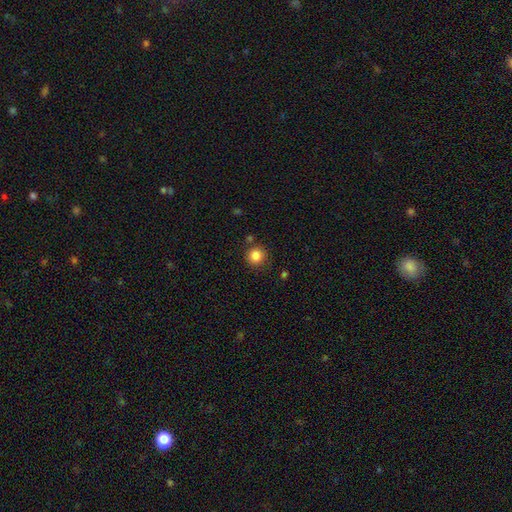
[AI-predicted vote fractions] Smooth or featured?
  - smooth: 84% *
  - star or artifact: 11%
  - featured or disk: 5%
How rounded?
  - round: 93% *
  - in between: 6%
  - cigar-shaped: 1%
Merging?
  - none: 85% *
  - minor disturbance: 8%
  - merger: 5%
  - major disturbance: 3%